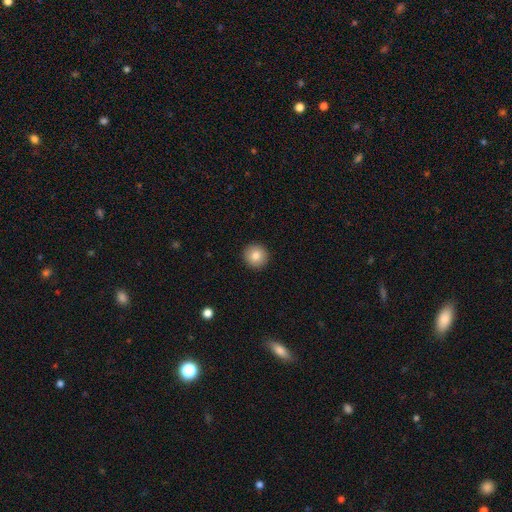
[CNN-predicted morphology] This is clearly a smooth galaxy (84%). How rounded: clearly round (95%). Merging: clearly none (93%).